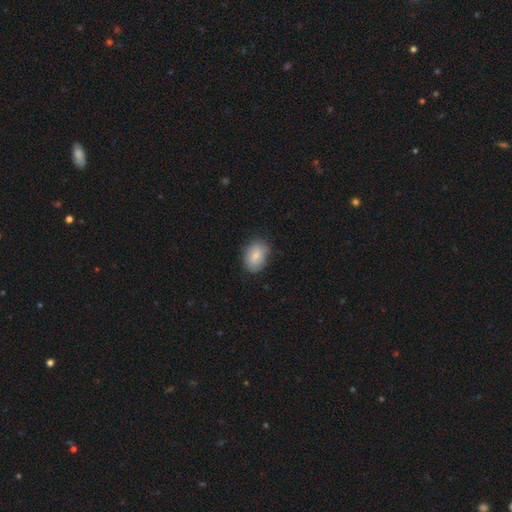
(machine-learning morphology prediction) This is clearly a smooth galaxy (81%). How rounded: clearly in between (82%). Merging: likely none (79%).